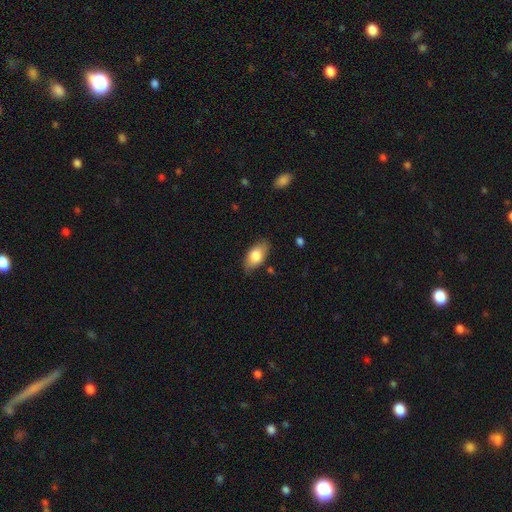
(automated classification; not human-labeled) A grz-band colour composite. It shows a smooth galaxy with no disk features (76%) that is in between round and cigar-shaped (90%). Merging: none (79%).